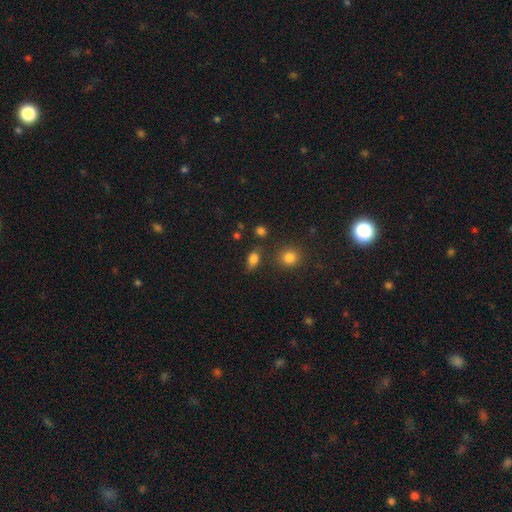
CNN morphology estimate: Smooth or featured?
  - smooth: 58% *
  - star or artifact: 35%
  - featured or disk: 7%
How rounded?
  - round: 82% *
  - in between: 16%
  - cigar-shaped: 2%
Merging?
  - none: 80% *
  - merger: 9%
  - minor disturbance: 7%
  - major disturbance: 3%